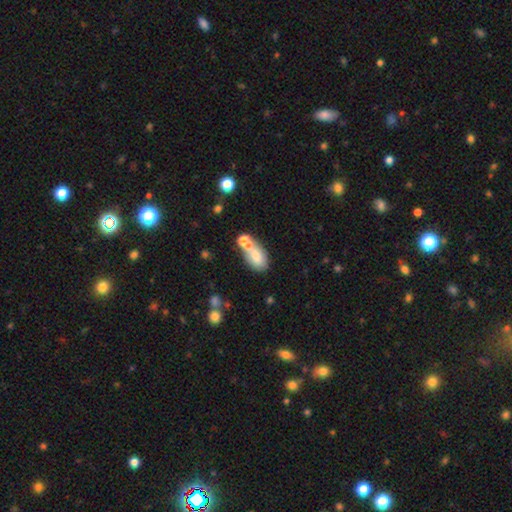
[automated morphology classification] Overall: smooth (68%). How rounded: in between (89%). Merging: none (46%; merger 29%).